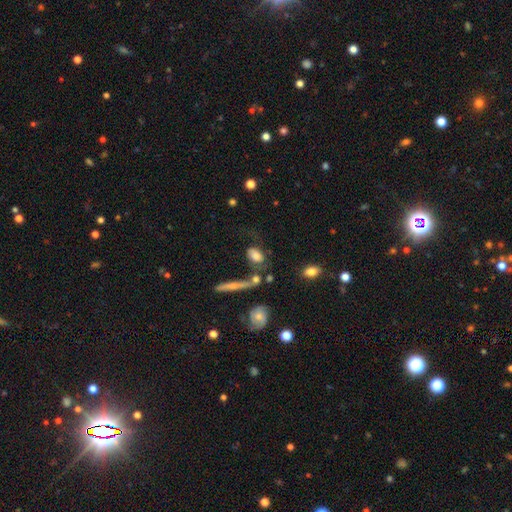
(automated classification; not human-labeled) Overall: smooth (64%; featured or disk 25%). How rounded: in between (83%). Merging: none (45%; minor disturbance 21%).